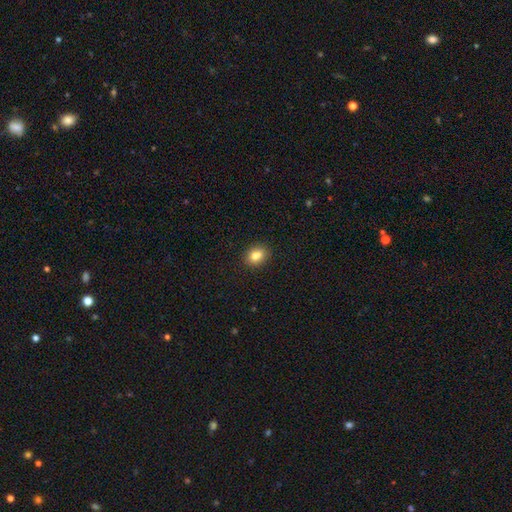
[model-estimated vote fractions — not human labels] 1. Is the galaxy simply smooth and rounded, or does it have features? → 81% smooth, 10% star or artifact, 9% featured or disk.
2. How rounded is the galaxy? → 54% in between, 45% round, 1% cigar-shaped.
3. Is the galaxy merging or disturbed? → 76% none, 12% minor disturbance, 10% merger, 3% major disturbance.